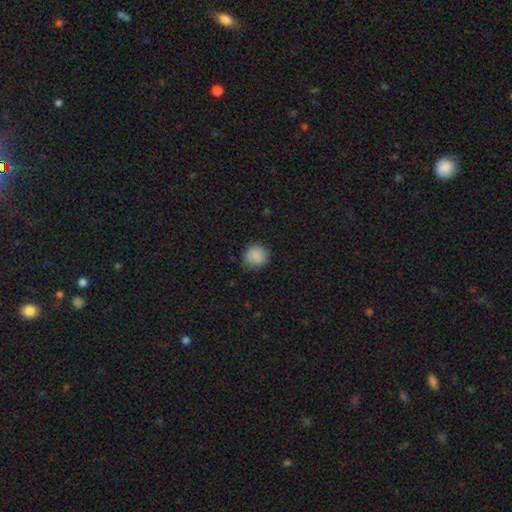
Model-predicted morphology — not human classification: smooth 86%, star or artifact 8%, featured or disk 5%. Down the decision tree: how rounded — round (90%); merging — none (83%).